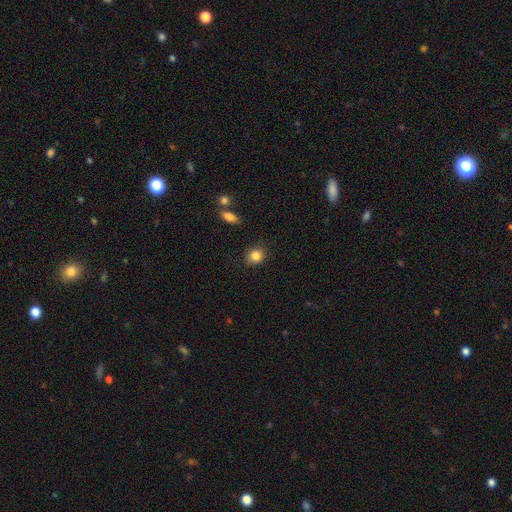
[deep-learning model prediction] Q: Smooth or featured?
A: smooth (84%); runner-up: star or artifact (10%)
Q: How rounded?
A: round (79%); runner-up: in between (20%)
Q: Merging?
A: none (81%); runner-up: minor disturbance (14%)